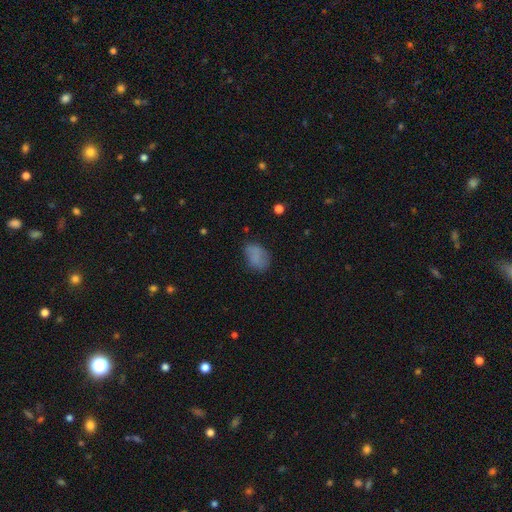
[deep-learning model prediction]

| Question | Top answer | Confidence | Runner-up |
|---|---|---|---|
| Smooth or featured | smooth | 79% | featured or disk (11%) |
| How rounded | in between | 84% | round (14%) |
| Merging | none | 64% | minor disturbance (25%) |